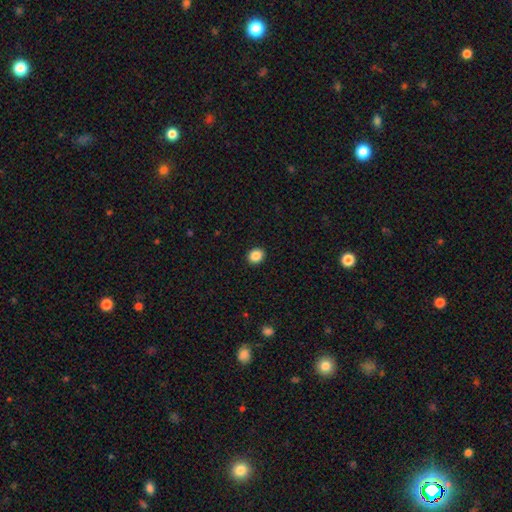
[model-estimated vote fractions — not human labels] Overall: smooth (87%). How rounded: round (70%). Merging: none (92%).